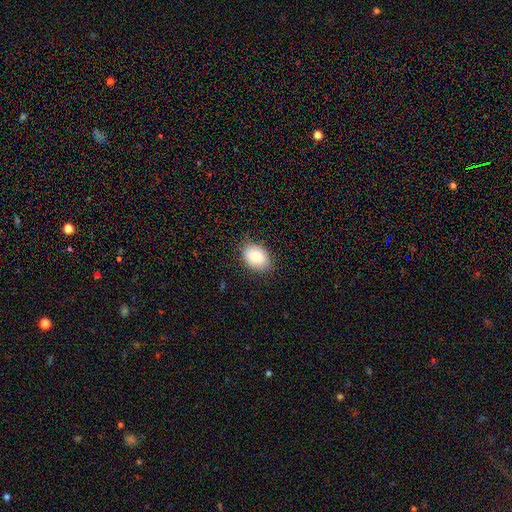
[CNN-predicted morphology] type=smooth (84%); roundness=in between (77%); merging=none (82%).